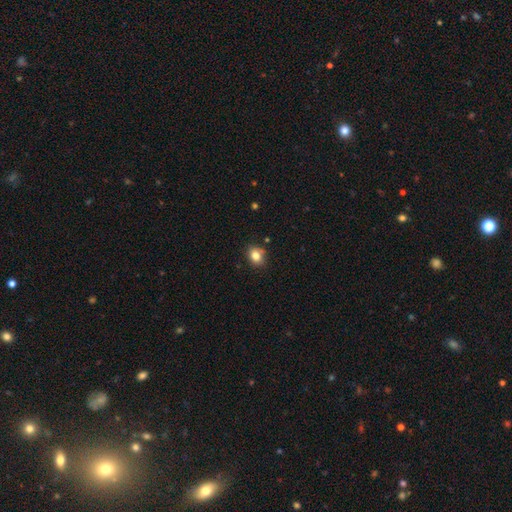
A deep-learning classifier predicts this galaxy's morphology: smooth_or_featured: smooth (p=0.82) [alt: star or artifact p=0.11]
how_rounded: round (p=0.54) [alt: in between p=0.45]
merging: none (p=0.79) [alt: minor disturbance p=0.15]